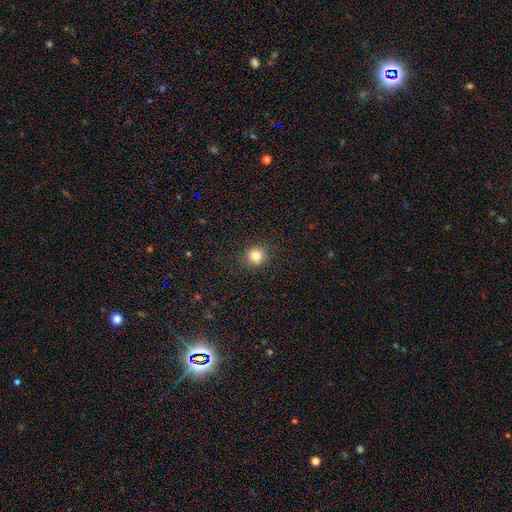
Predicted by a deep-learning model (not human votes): smooth-or-featured: smooth: 80% | star or artifact: 13% | featured or disk: 7%
  how-rounded: round: 88% | in between: 11% | cigar-shaped: 1%
  merging: none: 89% | minor disturbance: 7% | major disturbance: 2% | merger: 1%